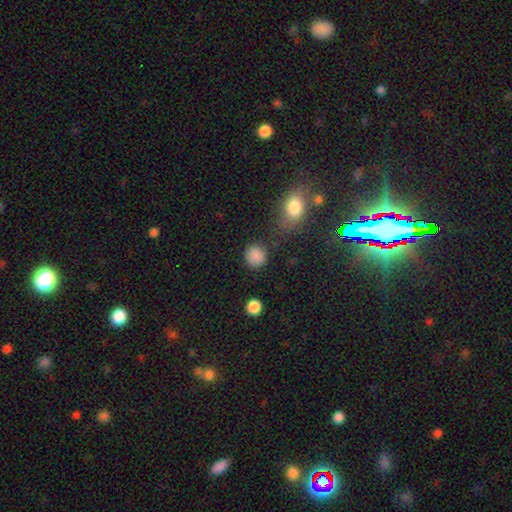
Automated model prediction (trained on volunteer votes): This appears to be a smooth galaxy with no disk features (86%) that is round (88%). Merging: none (83%).